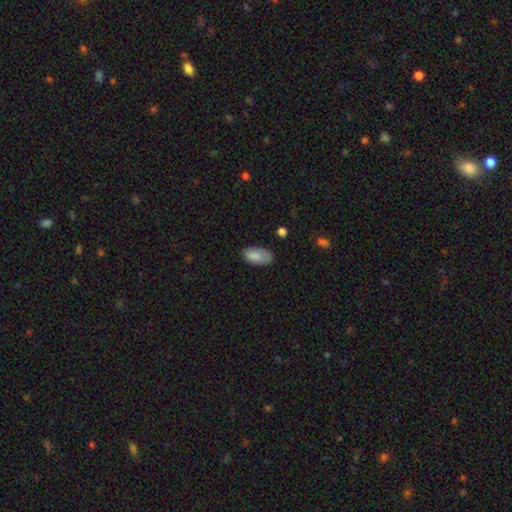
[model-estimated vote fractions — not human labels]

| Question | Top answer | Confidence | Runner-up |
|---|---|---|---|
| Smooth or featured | smooth | 84% | featured or disk (9%) |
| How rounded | in between | 94% | cigar-shaped (4%) |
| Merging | none | 72% | minor disturbance (22%) |